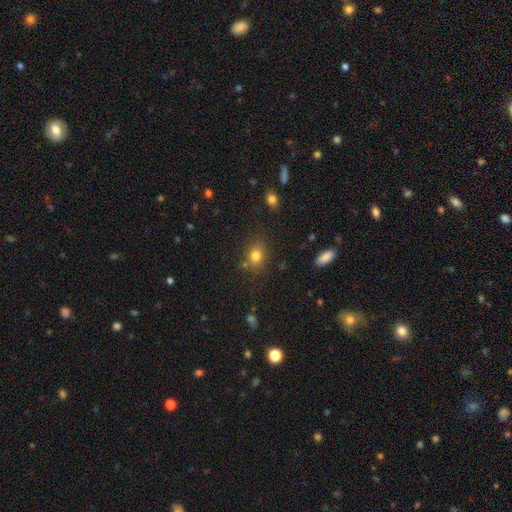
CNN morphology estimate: Overall: smooth (80%). How rounded: round (55%; in between 44%). Merging: none (76%).